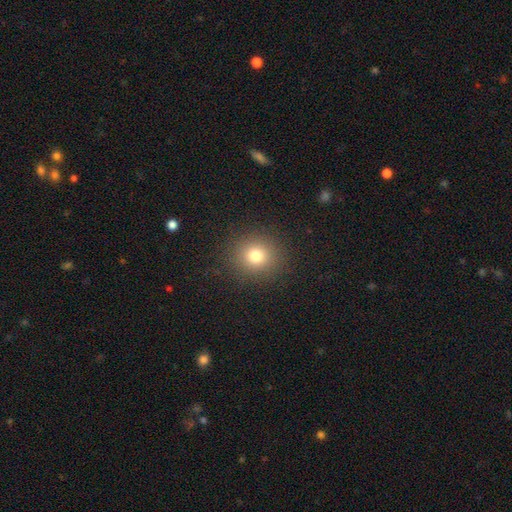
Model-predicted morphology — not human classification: smooth_or_featured: smooth (p=0.77) [alt: star or artifact p=0.15]
how_rounded: round (p=0.87) [alt: in between p=0.12]
merging: none (p=0.90) [alt: minor disturbance p=0.06]